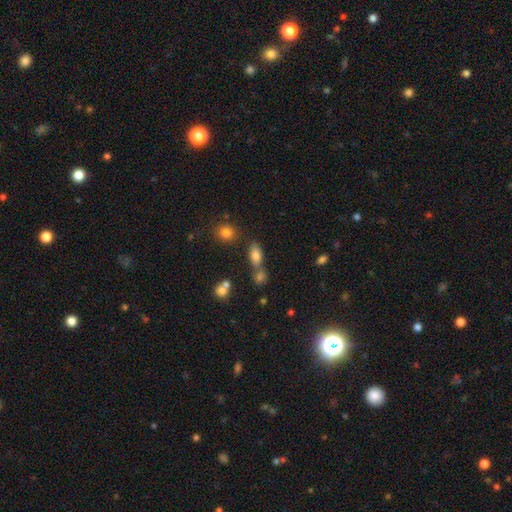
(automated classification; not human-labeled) Q: Smooth or featured?
A: smooth (78%); runner-up: star or artifact (12%)
Q: How rounded?
A: in between (80%); runner-up: cigar-shaped (12%)
Q: Merging?
A: none (53%); runner-up: merger (29%)